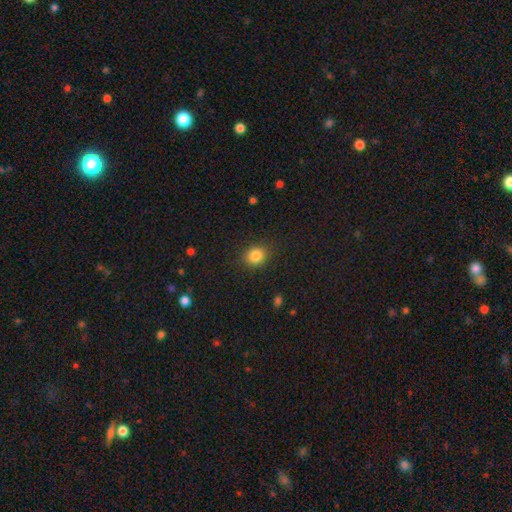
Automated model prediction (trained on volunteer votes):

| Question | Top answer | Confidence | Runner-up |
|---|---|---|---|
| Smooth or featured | smooth | 84% | star or artifact (11%) |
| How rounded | round | 75% | in between (24%) |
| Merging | none | 86% | minor disturbance (10%) |